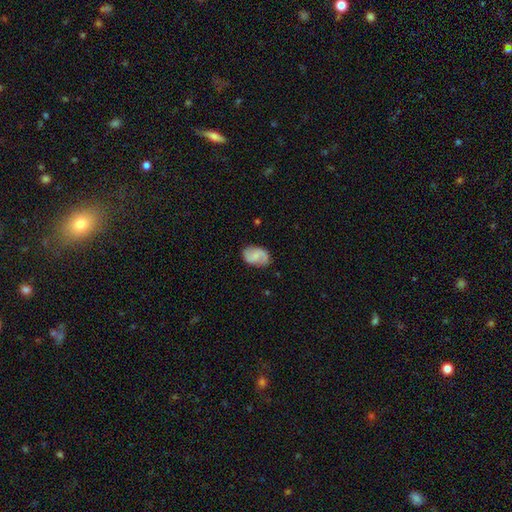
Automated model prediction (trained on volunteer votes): smooth_or_featured: featured or disk (p=0.50) [alt: smooth p=0.43]
merging: none (p=0.70) [alt: minor disturbance p=0.22]